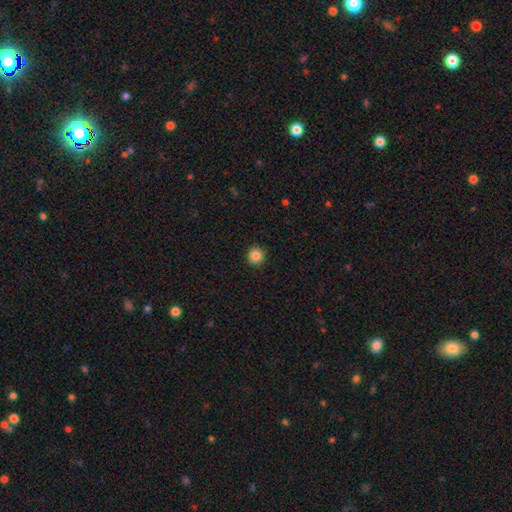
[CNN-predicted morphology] Smooth or featured? smooth (86%)
How rounded? round (93%)
Merging? none (92%)